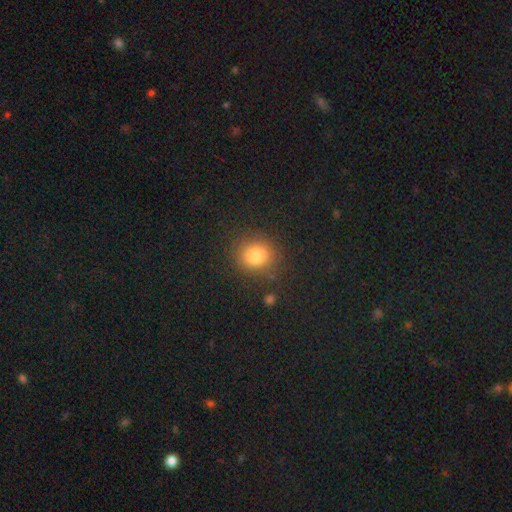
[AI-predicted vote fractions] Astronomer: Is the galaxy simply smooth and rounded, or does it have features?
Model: smooth — 81%.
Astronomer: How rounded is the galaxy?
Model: round — 77%.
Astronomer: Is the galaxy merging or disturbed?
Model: none — 85%.